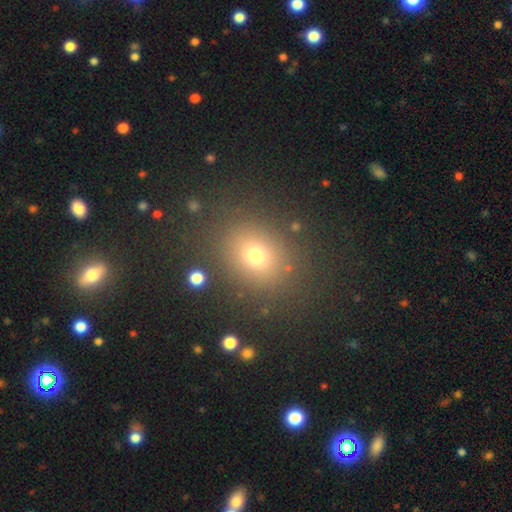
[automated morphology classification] smooth_or_featured: smooth (p=0.71) [alt: star or artifact p=0.19]
how_rounded: round (p=0.57) [alt: in between p=0.42]
merging: none (p=0.84) [alt: minor disturbance p=0.09]